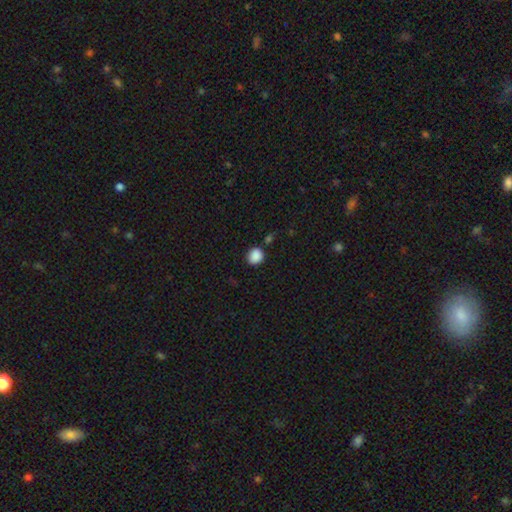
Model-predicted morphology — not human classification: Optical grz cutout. It shows a smooth galaxy with no disk features (88%) that is round (75%). Merging: none (78%).